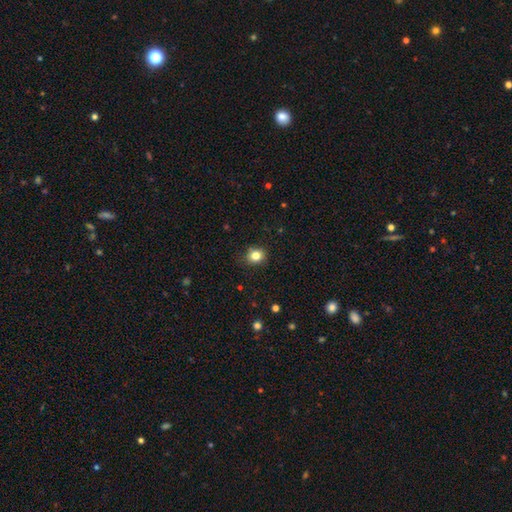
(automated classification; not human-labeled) Smooth or featured? smooth (83%)
How rounded? round (74%)
Merging? none (85%)